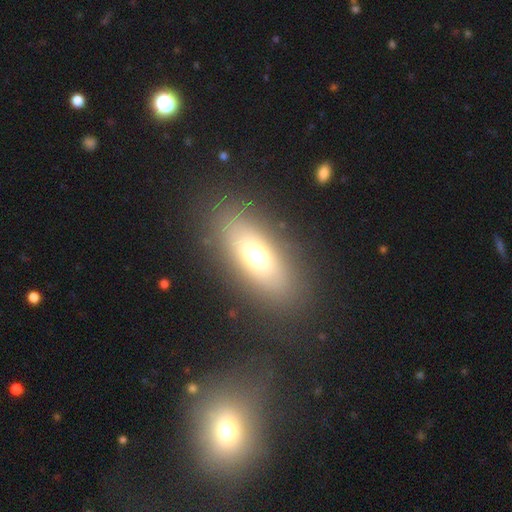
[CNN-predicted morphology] type=smooth (60%); roundness=in between (72%); merging=none (84%).